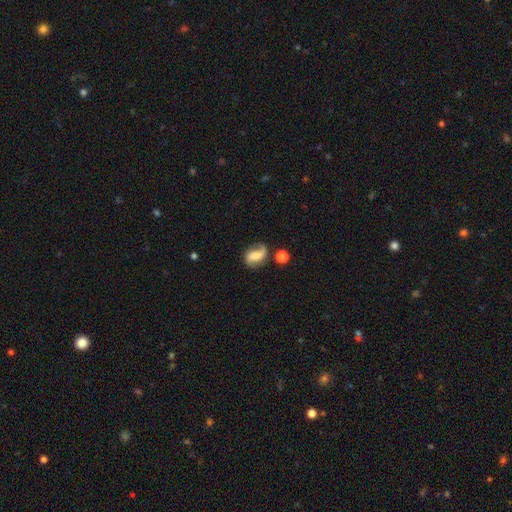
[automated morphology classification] This is likely a featured or disk galaxy (66%). It is clearly not viewed edge-on (97%). Bar: marginally weak (40%). Spiral arm pattern: clearly yes (92%). Spiral arm count: likely 2 (74%). Spiral winding: possibly loose (56%). Central bulge: marginally moderate (35%). Merging: likely none (63%).